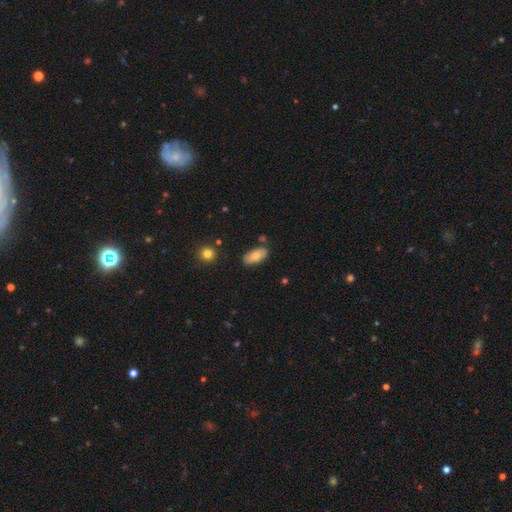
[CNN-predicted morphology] smooth-or-featured: smooth: 78% | featured or disk: 15% | star or artifact: 7%
  how-rounded: in between: 92% | cigar-shaped: 6% | round: 2%
  merging: none: 81% | minor disturbance: 13% | merger: 4% | major disturbance: 2%